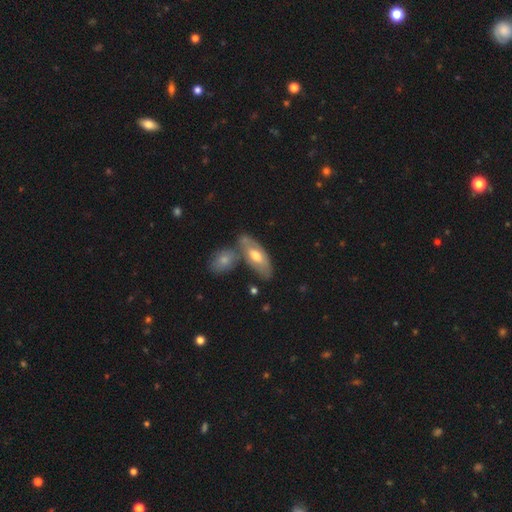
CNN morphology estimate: Smooth or featured? Predicted: smooth (p=0.53). How rounded? Predicted: in between (p=0.82). Merging? Predicted: none (p=0.51).